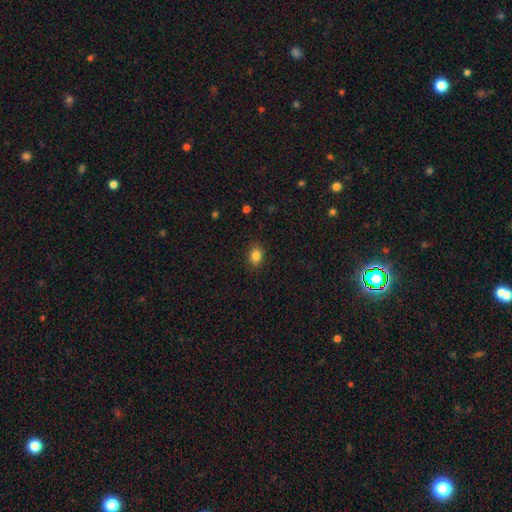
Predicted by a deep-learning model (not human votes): The model was most divided on "how rounded": in between: 69%, round: 30%, cigar-shaped: 1%. More confident: merging — none (87%); smooth or featured — smooth (84%).